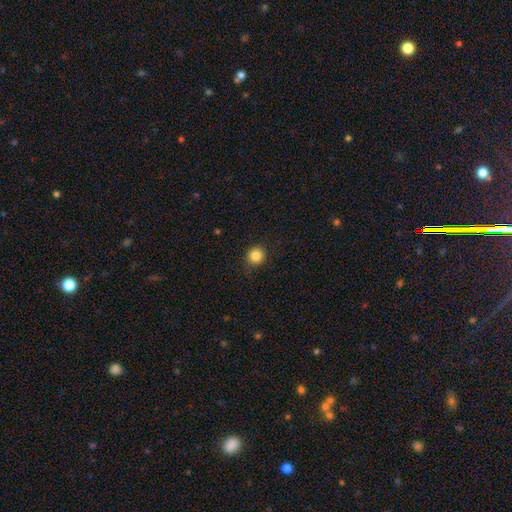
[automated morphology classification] This is clearly a smooth galaxy (85%). How rounded: clearly round (91%). Merging: clearly none (87%).